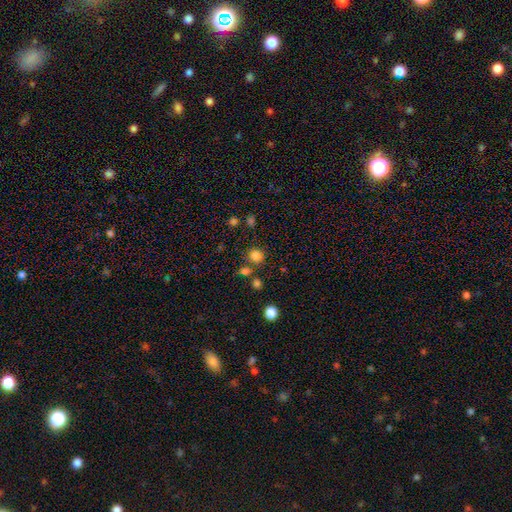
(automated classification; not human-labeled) Morphology: type=smooth (81%); roundness=round (87%); merging=none (77%).